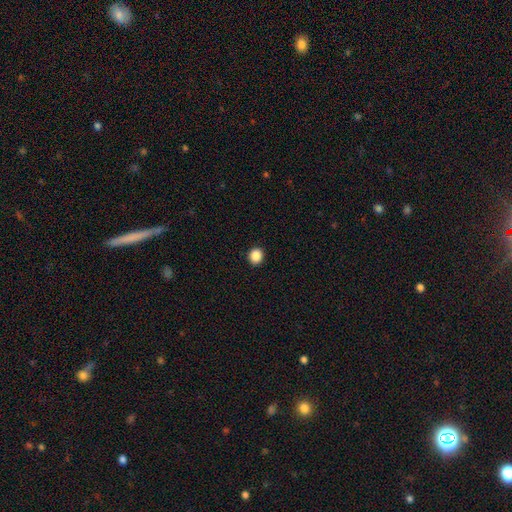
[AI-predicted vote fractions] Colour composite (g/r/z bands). It shows a smooth galaxy with no disk features (88%) that is round (81%). Merging: none (93%).